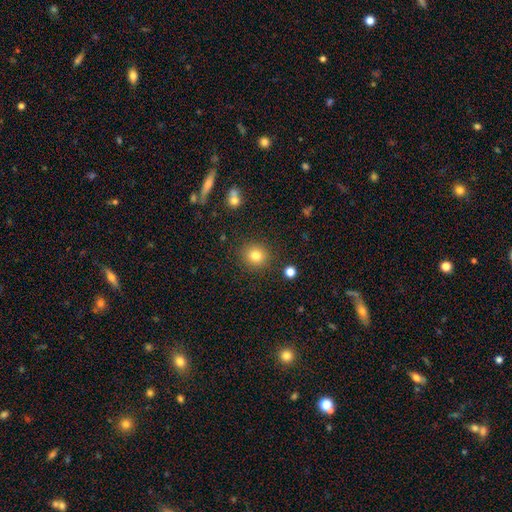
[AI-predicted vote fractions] This is clearly a smooth galaxy (82%). How rounded: clearly round (89%). Merging: clearly none (88%).